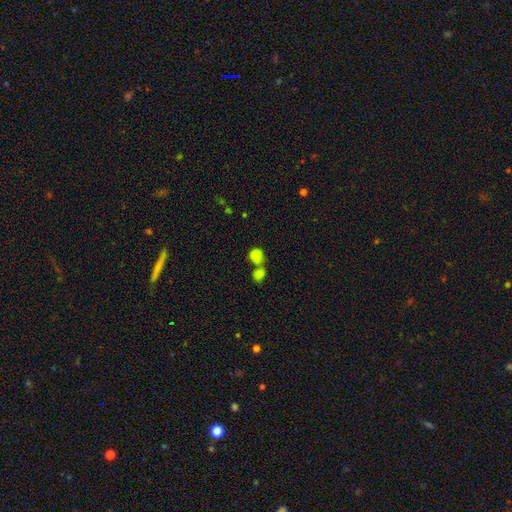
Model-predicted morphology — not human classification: This appears to be a smooth galaxy with no disk features (82%) that is round (67%). Merging: merger (58%).